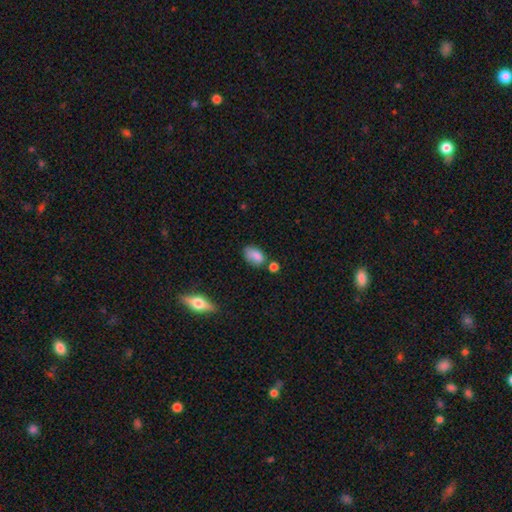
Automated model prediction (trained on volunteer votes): The model was most divided on "merging": none: 51%, minor disturbance: 27%, merger: 14%, major disturbance: 8%. More confident: how rounded — in between (88%); smooth or featured — smooth (82%).